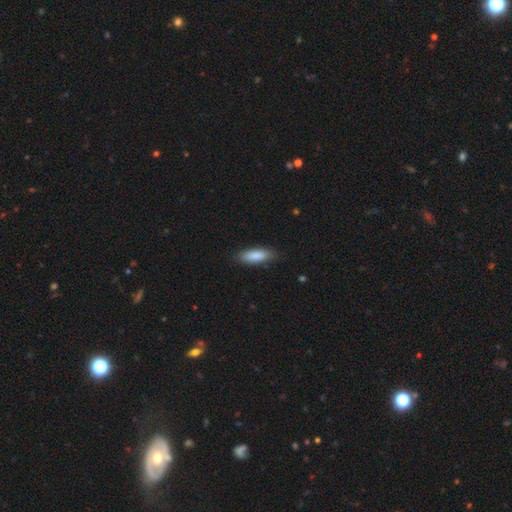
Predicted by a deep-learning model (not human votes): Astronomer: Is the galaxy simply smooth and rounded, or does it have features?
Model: smooth — 86%.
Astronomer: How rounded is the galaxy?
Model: in between — 57% (runner-up: cigar-shaped, 42%).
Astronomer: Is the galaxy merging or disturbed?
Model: none — 84%.